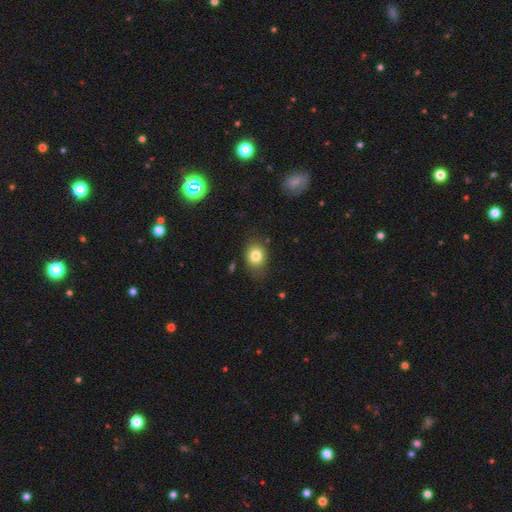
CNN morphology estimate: smooth 81%, star or artifact 10%, featured or disk 9%. Down the decision tree: how rounded — in between (51%); merging — none (75%).